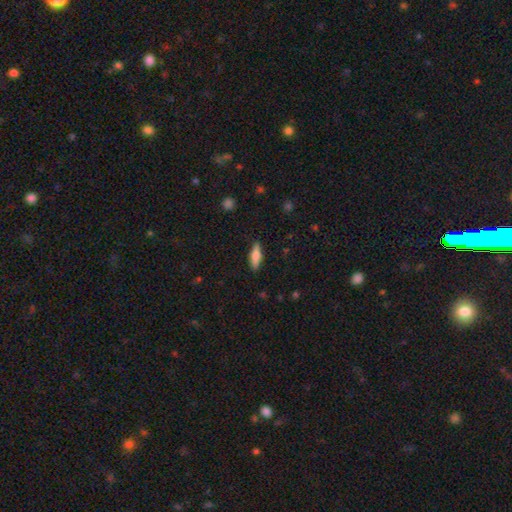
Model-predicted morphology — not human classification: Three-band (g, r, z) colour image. It shows a smooth galaxy with no disk features (69%) that is cigar-shaped (50%). Merging: none (87%).